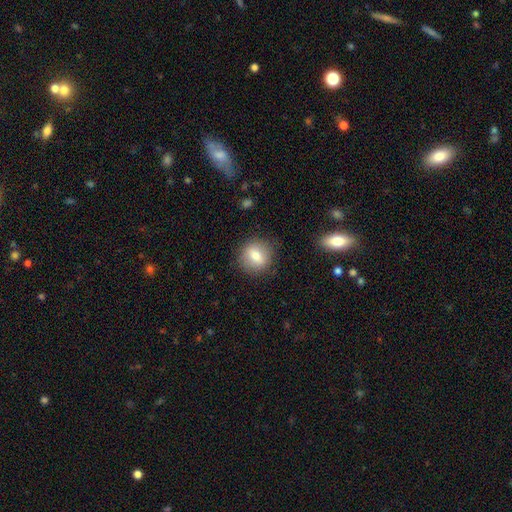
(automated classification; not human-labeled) The model was most divided on "smooth or featured": smooth: 73%, featured or disk: 18%, star or artifact: 9%. More confident: merging — none (85%); how rounded — round (78%).